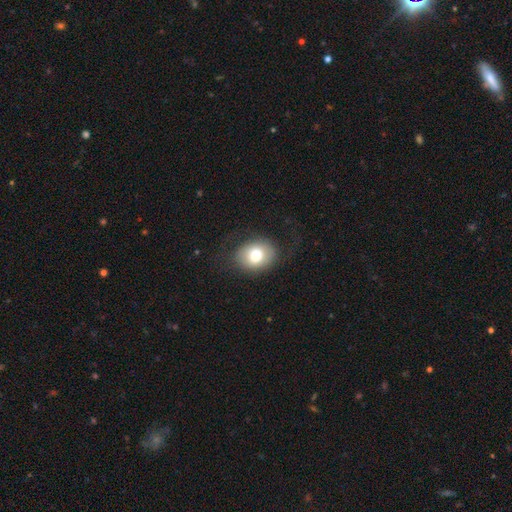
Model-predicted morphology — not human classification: Smooth or featured: smooth — 76% (featured or disk — 16%)
How rounded: in between — 53% (round — 46%)
Merging: none — 72% (minor disturbance — 16%)